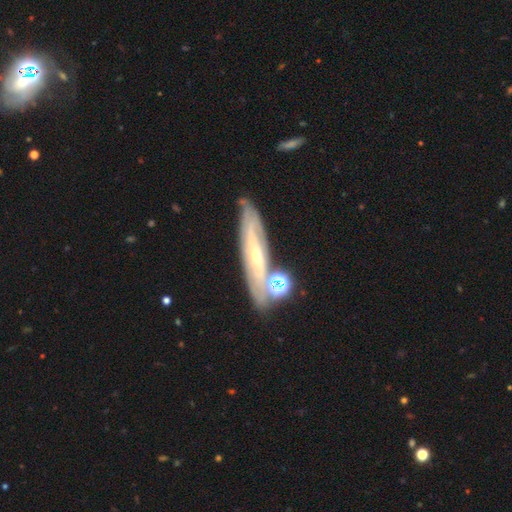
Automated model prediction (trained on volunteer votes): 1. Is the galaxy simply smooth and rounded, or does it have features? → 74% featured or disk, 17% smooth, 9% star or artifact.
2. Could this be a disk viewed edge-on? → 61% no, 39% yes.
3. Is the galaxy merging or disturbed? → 70% none, 15% minor disturbance, 11% merger, 5% major disturbance.